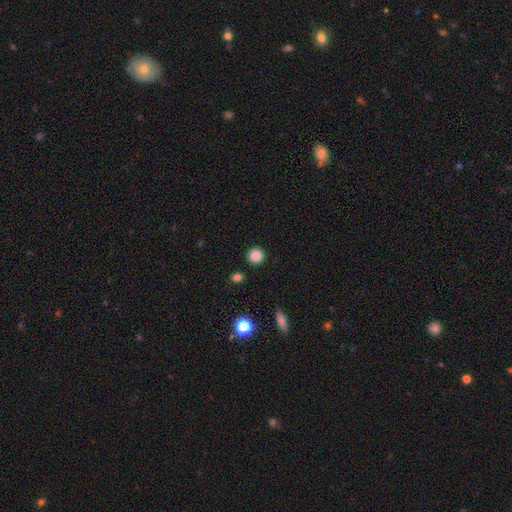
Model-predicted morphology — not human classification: type=smooth (86%); roundness=round (94%); merging=none (91%).